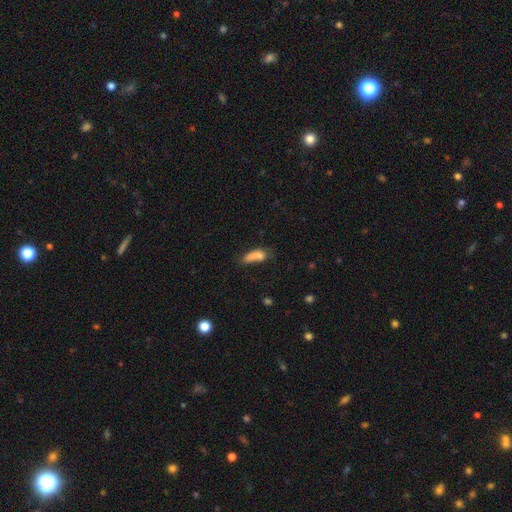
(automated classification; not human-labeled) This appears to be a smooth galaxy with no disk features (75%) that is in between round and cigar-shaped (66%). Merging: none (34%).